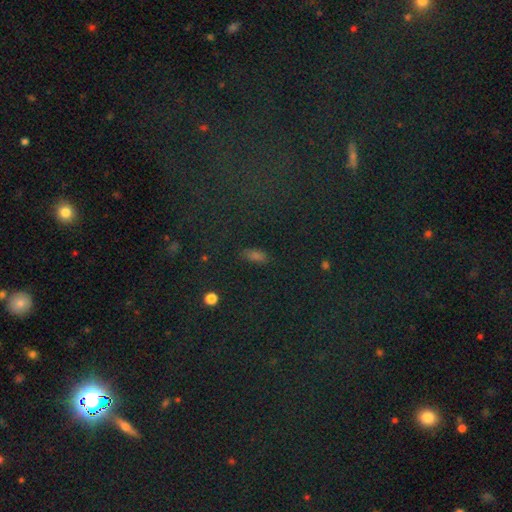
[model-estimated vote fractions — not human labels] Smooth or featured?
  - star or artifact: 64% *
  - smooth: 26%
  - featured or disk: 10%